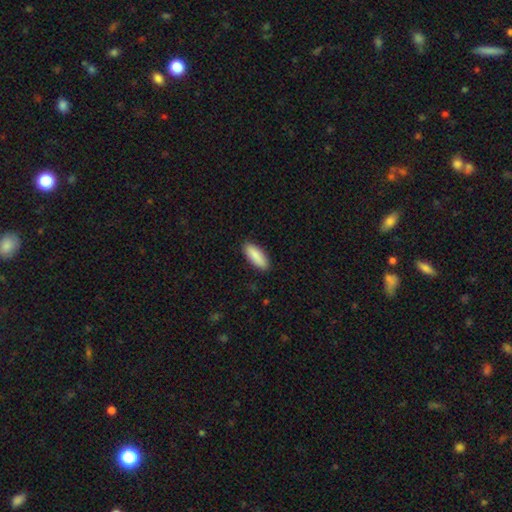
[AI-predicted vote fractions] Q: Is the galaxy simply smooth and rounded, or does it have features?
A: smooth — 89%.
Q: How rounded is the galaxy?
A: in between — 70%.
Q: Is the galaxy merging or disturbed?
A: none — 89%.